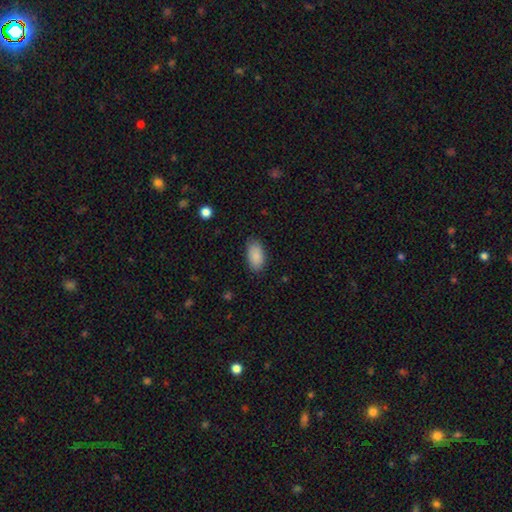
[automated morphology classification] Q: Smooth or featured?
A: smooth (89%); runner-up: star or artifact (7%)
Q: How rounded?
A: in between (94%); runner-up: round (3%)
Q: Merging?
A: none (84%); runner-up: minor disturbance (12%)